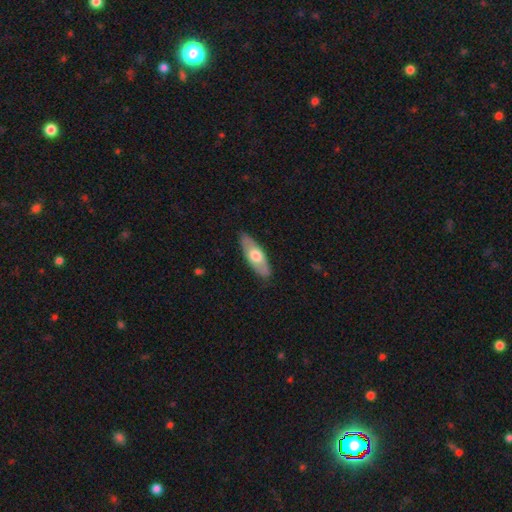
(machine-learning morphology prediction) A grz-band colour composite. It shows a smooth galaxy with no disk features (57%) that is in between round and cigar-shaped (67%). Merging: none (85%).